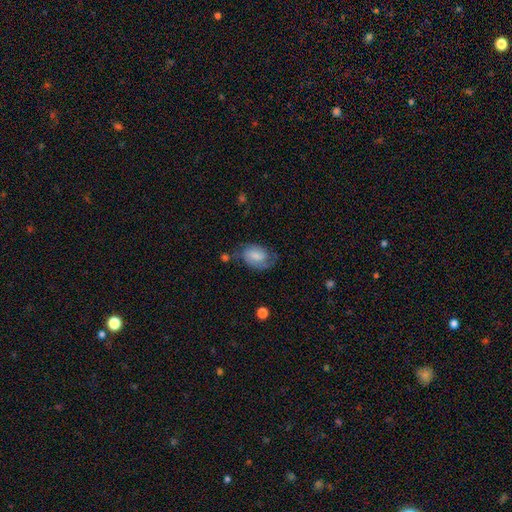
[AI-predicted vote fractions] Morphology: type=featured or disk (53%); edge-on=no (97%); bar=weak (44%); spiral arms=yes (86%); bulge=small (35%); merging=none (51%).